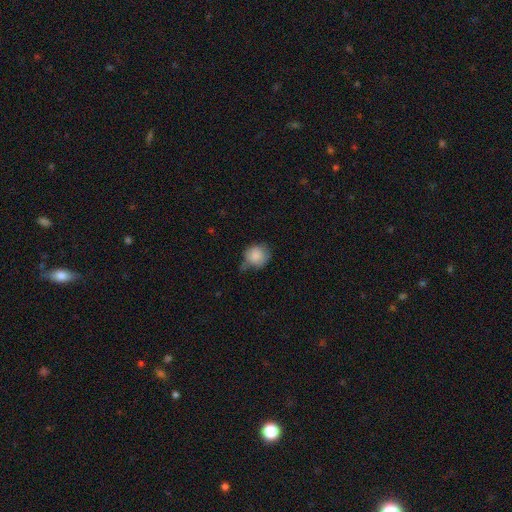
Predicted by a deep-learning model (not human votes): This is clearly a smooth galaxy (84%). How rounded: likely round (80%). Merging: possibly none (49%).